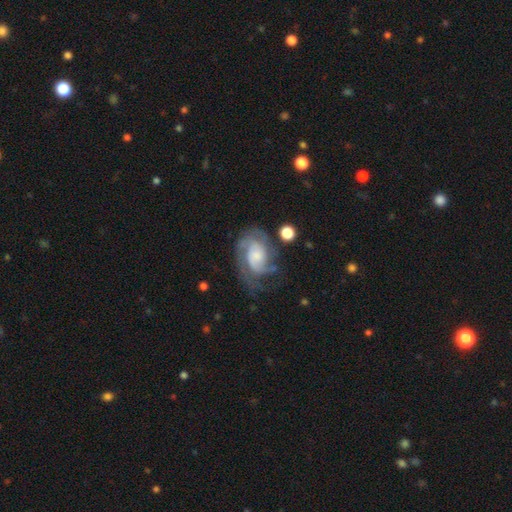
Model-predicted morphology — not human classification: The model was most divided on "spiral winding": medium: 44%, tight: 42%, loose: 14%. Remaining: edge-on disk — no (98%); spiral arms — yes (94%); smooth or featured — featured or disk (81%); bar — no (64%); merging — none (52%); spiral arm count — 2 (41%); bulge size — small (34%).